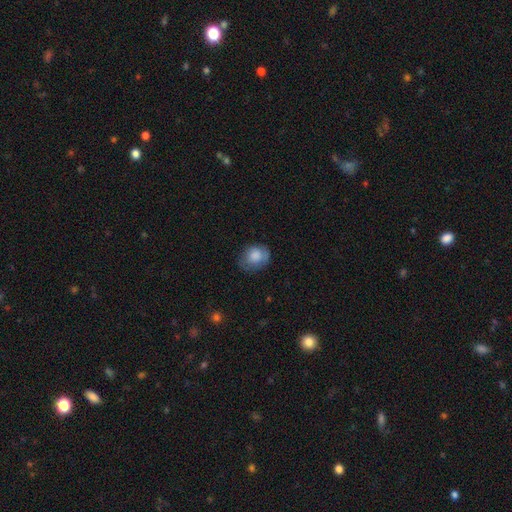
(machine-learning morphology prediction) smooth 75%, featured or disk 17%, star or artifact 8%. Down the decision tree: how rounded — round (53%); merging — none (62%).